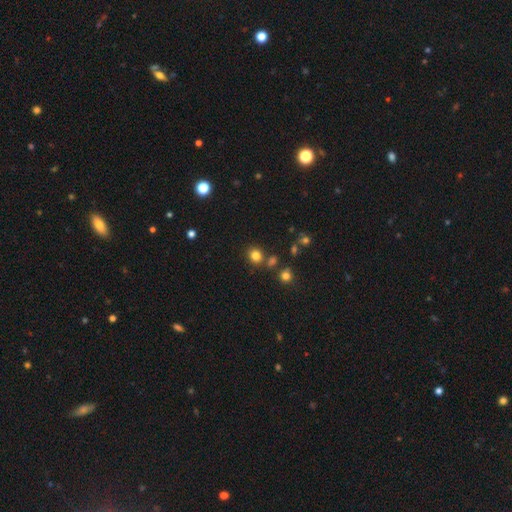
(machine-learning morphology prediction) Smooth or featured: smooth — 80% (star or artifact — 14%)
How rounded: round — 81% (in between — 18%)
Merging: none — 78% (merger — 10%)